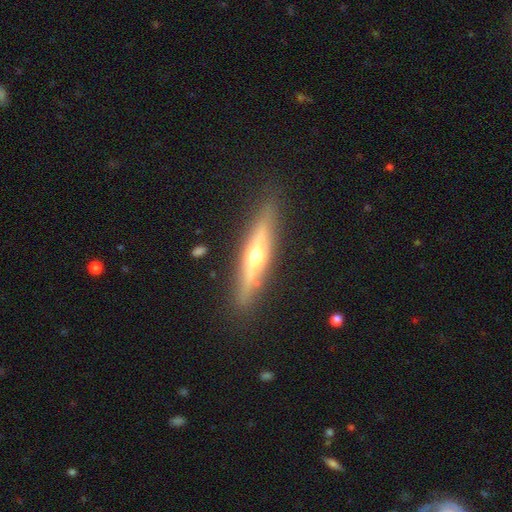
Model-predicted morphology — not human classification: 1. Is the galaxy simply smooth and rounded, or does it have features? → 61% featured or disk, 32% smooth, 7% star or artifact.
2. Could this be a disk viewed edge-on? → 92% yes, 8% no.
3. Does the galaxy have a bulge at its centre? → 90% rounded, 6% none, 3% boxy.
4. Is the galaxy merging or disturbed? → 86% none, 9% minor disturbance, 3% major disturbance, 2% merger.